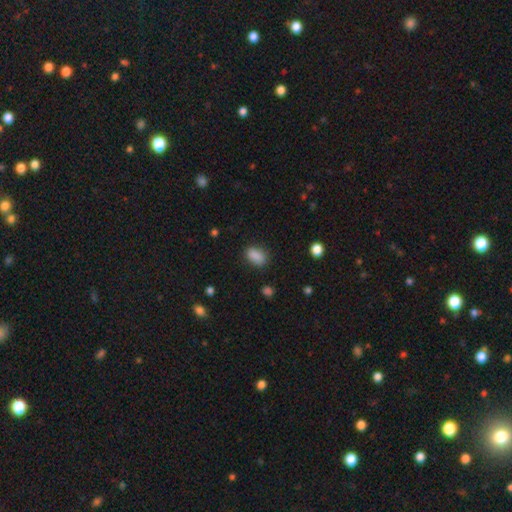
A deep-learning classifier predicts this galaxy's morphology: The model was most divided on "merging": none: 83%, minor disturbance: 12%, major disturbance: 3%, merger: 1%. More confident: smooth or featured — smooth (88%); how rounded — in between (87%).